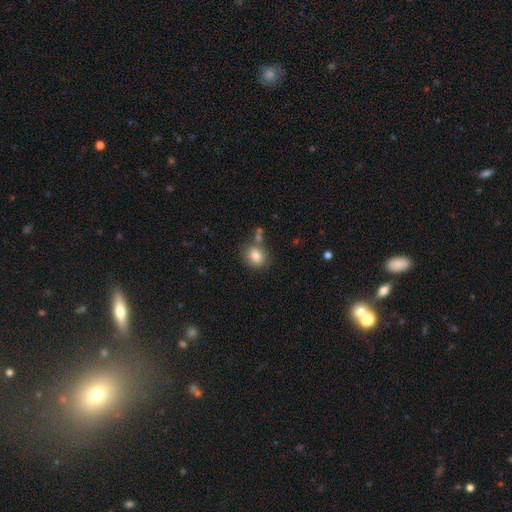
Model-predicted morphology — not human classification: smooth_or_featured: smooth (p=0.83) [alt: star or artifact p=0.10]
how_rounded: round (p=0.56) [alt: in between p=0.43]
merging: none (p=0.70) [alt: minor disturbance p=0.14]